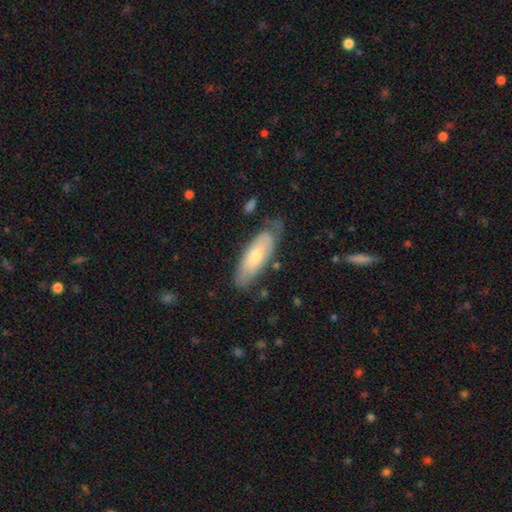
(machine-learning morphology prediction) Smooth or featured? smooth (59%)
How rounded? in between (65%)
Merging? none (61%)